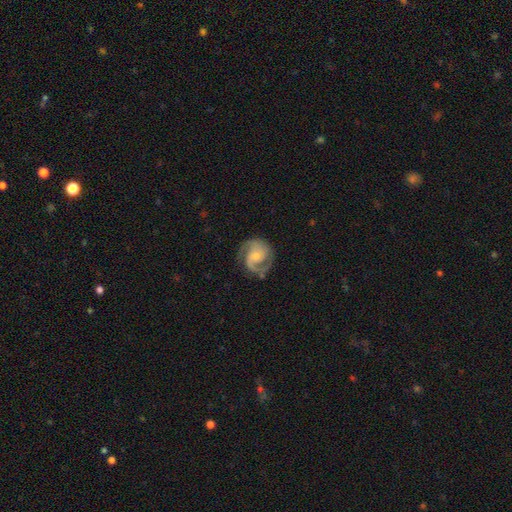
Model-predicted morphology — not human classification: A featured or disk galaxy (87%) with no bar (64%), 2 (85%) medium (51%) spiral arms (97%) and a small central bulge (63%). Merging: none (74%).